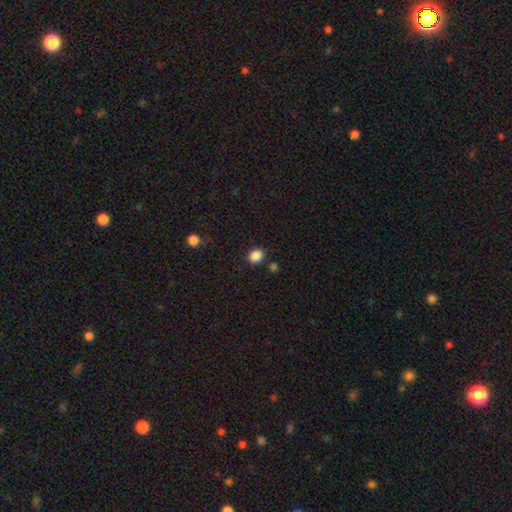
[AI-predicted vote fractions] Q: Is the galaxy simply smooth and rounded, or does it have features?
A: smooth — 87%.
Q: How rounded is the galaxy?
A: round — 54%.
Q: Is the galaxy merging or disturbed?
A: none — 82%.